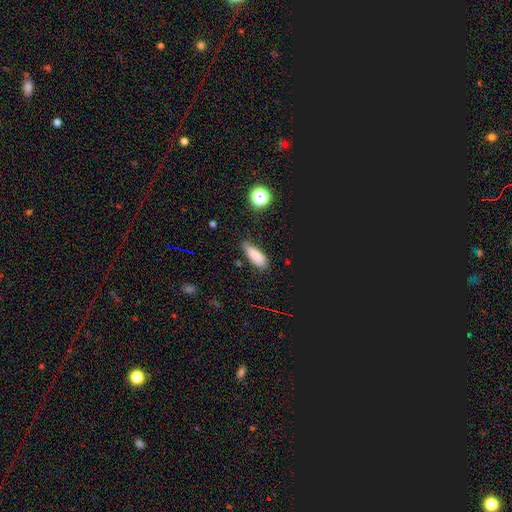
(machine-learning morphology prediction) smooth_or_featured: smooth (p=0.81) [alt: star or artifact p=0.12]
how_rounded: in between (p=0.62) [alt: cigar-shaped p=0.35]
merging: none (p=0.72) [alt: minor disturbance p=0.21]